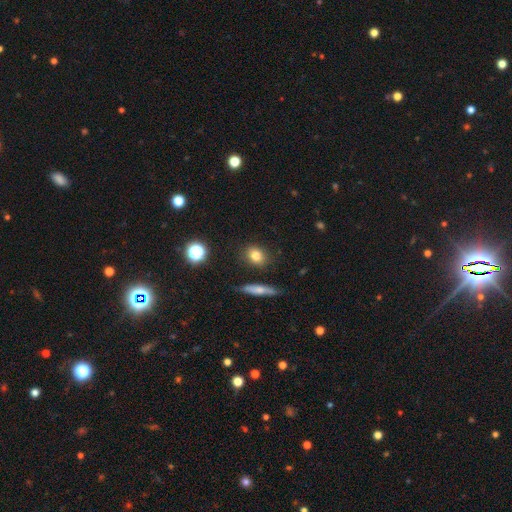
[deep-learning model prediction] Overall: smooth (79%). How rounded: round (55%; in between 41%). Merging: none (84%).